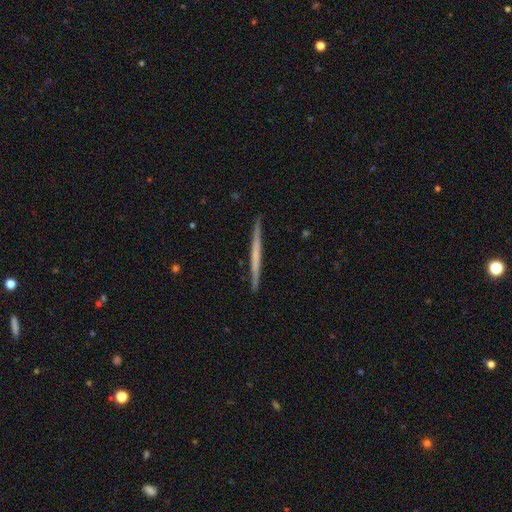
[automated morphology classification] featured or disk 55%, smooth 40%, star or artifact 5%. Down the decision tree: edge-on disk — yes (98%); edge-on bulge — none (87%); merging — none (91%).